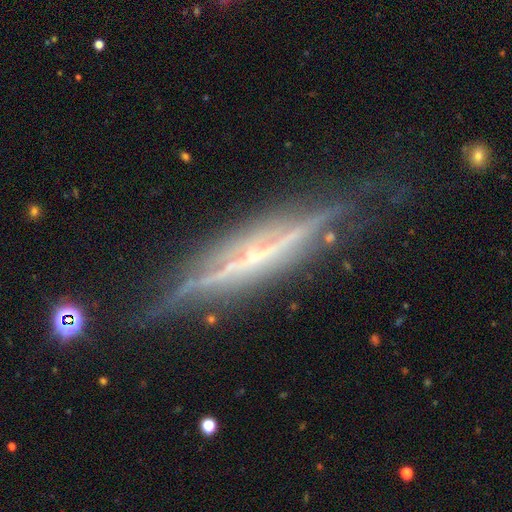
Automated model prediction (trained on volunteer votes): Smooth or featured? featured or disk (86%)
Edge-on disk? yes (96%)
Edge-on bulge? rounded (49%)
Merging? none (77%)